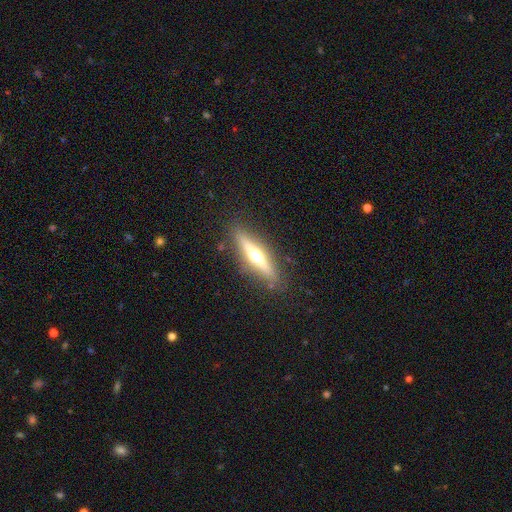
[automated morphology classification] Q: Smooth or featured?
A: featured or disk (67%); runner-up: smooth (27%)
Q: Edge-on disk?
A: yes (94%); runner-up: no (6%)
Q: Edge-on bulge?
A: rounded (93%); runner-up: none (4%)
Q: Merging?
A: none (86%); runner-up: minor disturbance (10%)